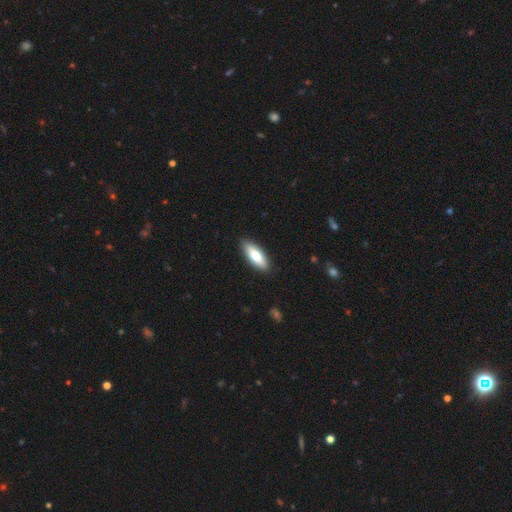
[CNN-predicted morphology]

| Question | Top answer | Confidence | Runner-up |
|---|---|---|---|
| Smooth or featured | smooth | 75% | featured or disk (19%) |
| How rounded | in between | 63% | cigar-shaped (35%) |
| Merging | none | 89% | minor disturbance (8%) |